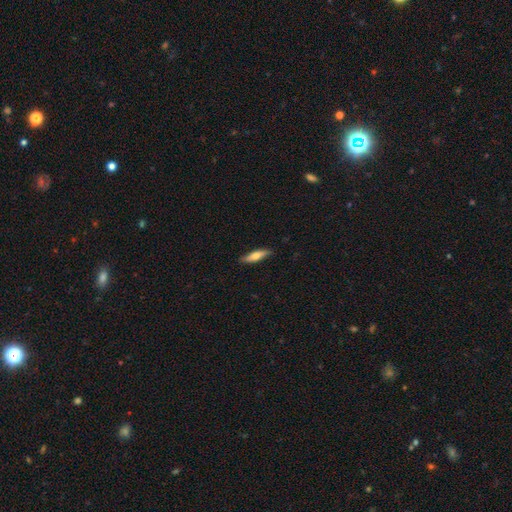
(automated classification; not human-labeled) A smooth galaxy with no disk features (62%) that is cigar-shaped (73%).

Vote fractions:
- Smooth or featured? smooth: 62% / featured or disk: 33% / star or artifact: 6%
- How rounded? cigar-shaped: 73% / in between: 25% / round: 2%
- Merging? none: 84% / minor disturbance: 13% / major disturbance: 2% / merger: 1%